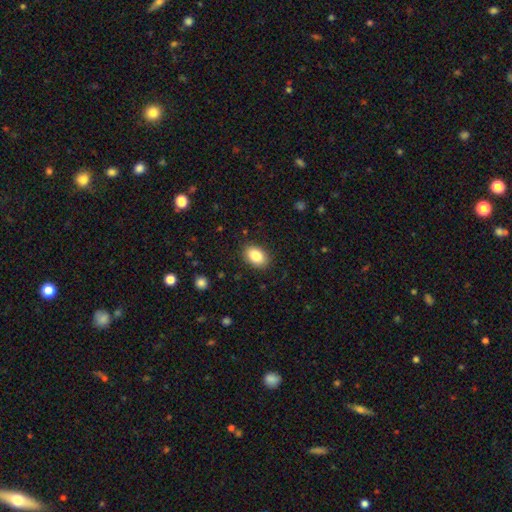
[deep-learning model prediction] smooth_or_featured: smooth (p=0.86) [alt: star or artifact p=0.08]
how_rounded: in between (p=0.84) [alt: round p=0.15]
merging: none (p=0.87) [alt: minor disturbance p=0.09]